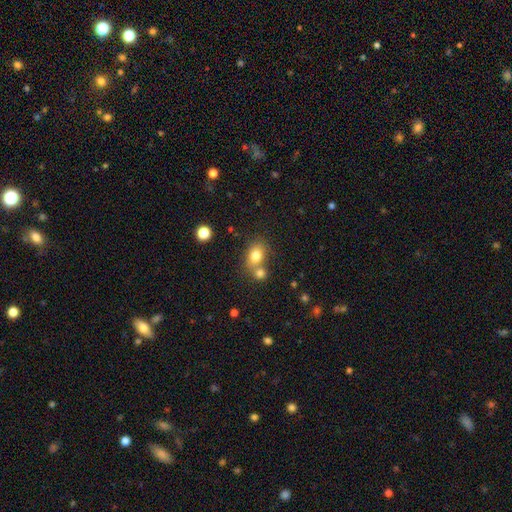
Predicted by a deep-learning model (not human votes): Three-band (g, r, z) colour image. It shows a smooth galaxy with no disk features (78%) that is in between round and cigar-shaped (60%). Merging: none (50%).